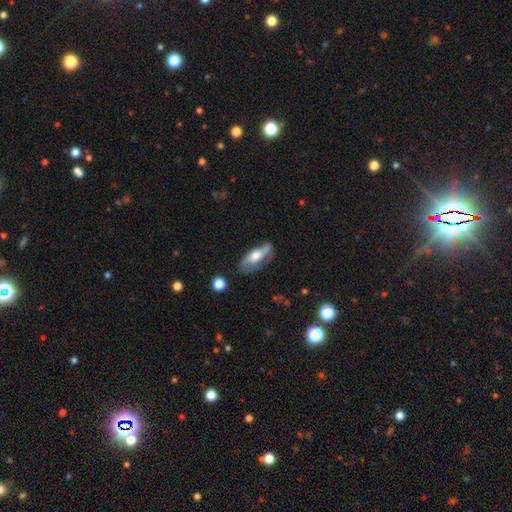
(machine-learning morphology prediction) Q: Smooth or featured?
A: featured or disk (48%); runner-up: smooth (45%)
Q: Merging?
A: none (54%); runner-up: minor disturbance (28%)